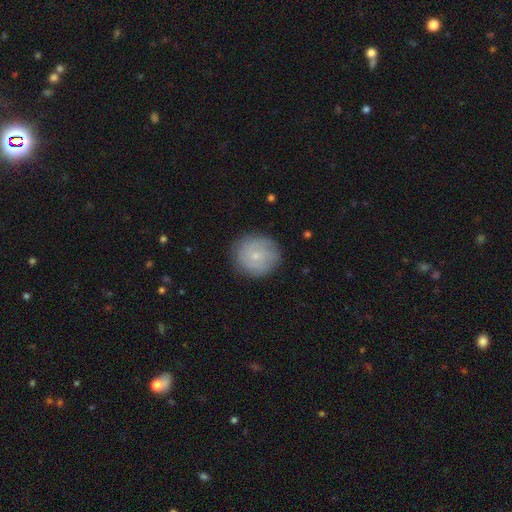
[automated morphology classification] smooth_or_featured: smooth (p=0.56) [alt: featured or disk p=0.36]
how_rounded: round (p=0.92) [alt: in between p=0.07]
merging: none (p=0.85) [alt: minor disturbance p=0.11]